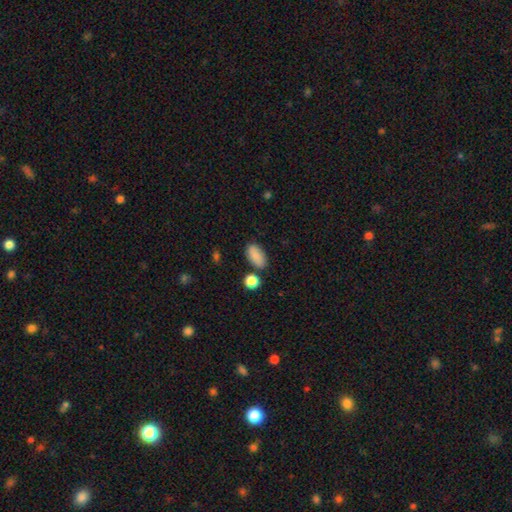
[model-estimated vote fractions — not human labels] Smooth or featured?
  - smooth: 87% *
  - star or artifact: 8%
  - featured or disk: 6%
How rounded?
  - in between: 92% *
  - round: 5%
  - cigar-shaped: 3%
Merging?
  - none: 78% *
  - minor disturbance: 12%
  - merger: 6%
  - major disturbance: 3%